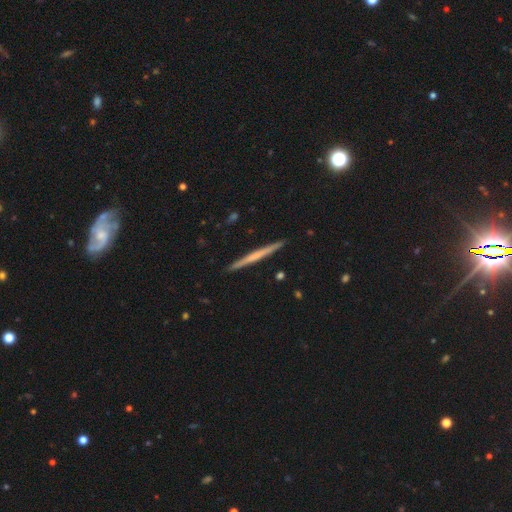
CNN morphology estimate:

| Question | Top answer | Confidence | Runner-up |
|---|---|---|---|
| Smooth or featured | featured or disk | 54% | smooth (41%) |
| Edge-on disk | yes | 98% | no (2%) |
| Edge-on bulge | none | 78% | rounded (15%) |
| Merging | none | 92% | minor disturbance (5%) |